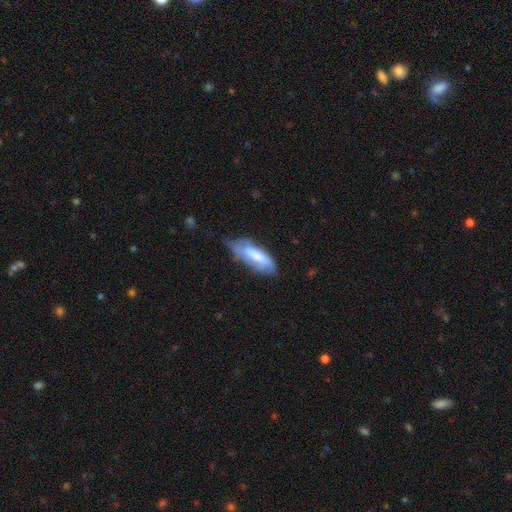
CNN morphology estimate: smooth-or-featured: smooth: 60% | featured or disk: 34% | star or artifact: 7%
  how-rounded: in between: 67% | cigar-shaped: 32% | round: 2%
  merging: minor disturbance: 41% | none: 38% | major disturbance: 17% | merger: 4%